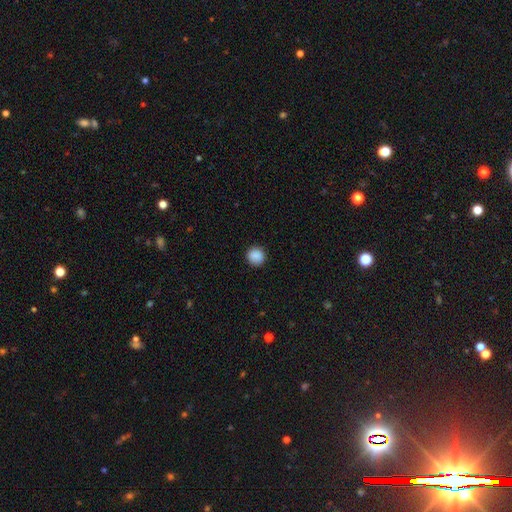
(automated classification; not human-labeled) The model was most divided on "smooth or featured": smooth: 88%, star or artifact: 9%, featured or disk: 3%. More confident: how rounded — round (93%); merging — none (90%).